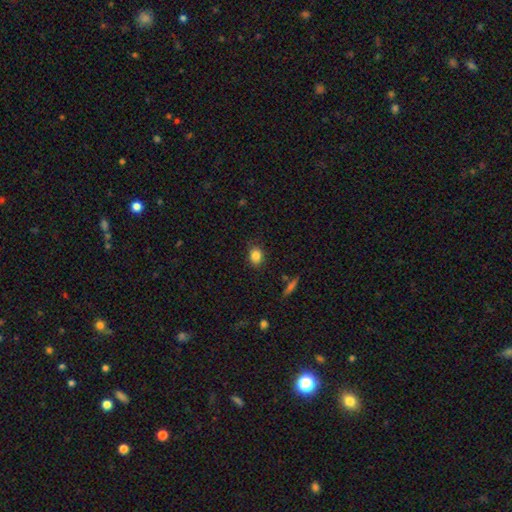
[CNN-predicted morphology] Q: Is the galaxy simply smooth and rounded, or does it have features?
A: smooth — 84%.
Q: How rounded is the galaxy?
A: in between — 53%.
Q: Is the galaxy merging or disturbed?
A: none — 81%.